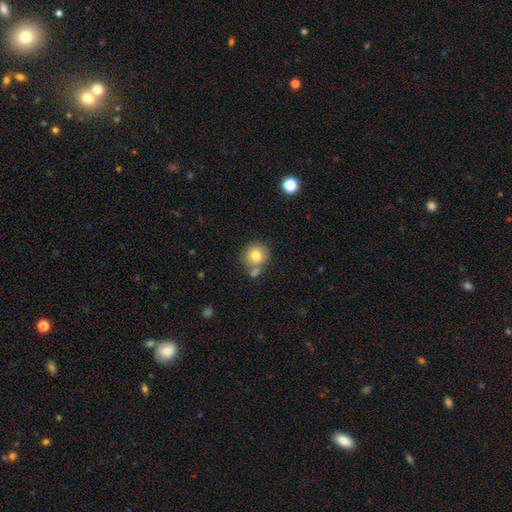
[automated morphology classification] The model was most divided on "merging": none: 59%, merger: 22%, minor disturbance: 14%, major disturbance: 4%. More confident: how rounded — round (85%); smooth or featured — smooth (80%).